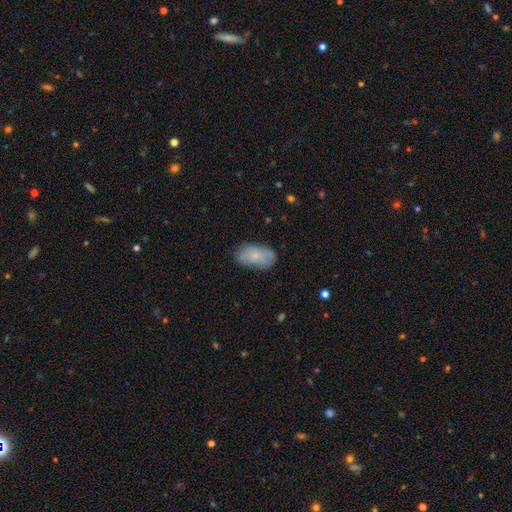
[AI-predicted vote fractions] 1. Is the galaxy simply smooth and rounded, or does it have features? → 71% smooth, 22% featured or disk, 7% star or artifact.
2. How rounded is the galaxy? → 93% in between, 6% round, 2% cigar-shaped.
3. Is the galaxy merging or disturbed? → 73% none, 21% minor disturbance, 5% major disturbance, 1% merger.